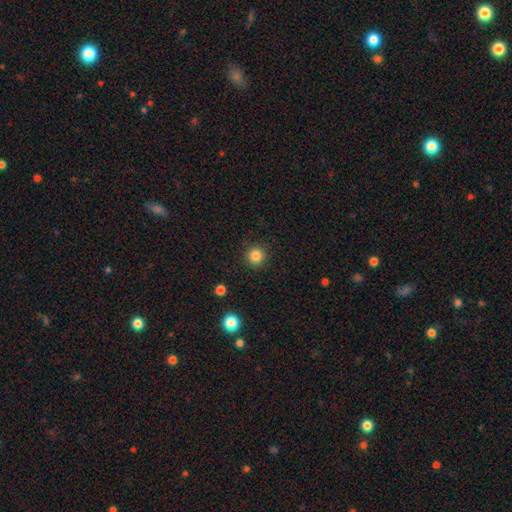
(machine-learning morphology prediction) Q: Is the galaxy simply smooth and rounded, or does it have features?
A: smooth — 84%.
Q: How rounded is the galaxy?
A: round — 95%.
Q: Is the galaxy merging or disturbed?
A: none — 92%.